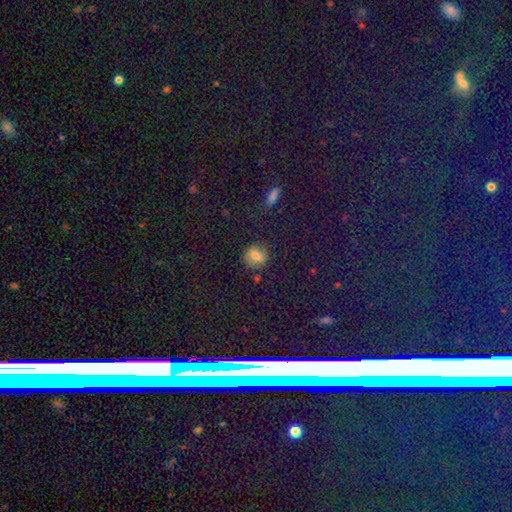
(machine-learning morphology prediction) This is likely a smooth galaxy (68%). How rounded: likely round (73%). Merging: likely none (76%).